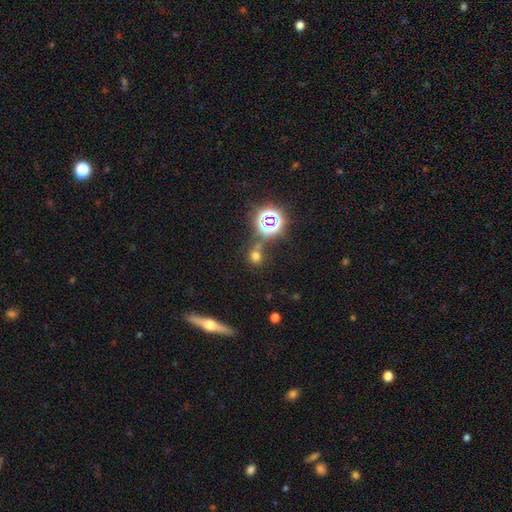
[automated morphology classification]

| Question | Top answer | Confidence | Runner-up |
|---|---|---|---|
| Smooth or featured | smooth | 57% | star or artifact (34%) |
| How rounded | round | 82% | in between (17%) |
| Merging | none | 66% | merger (18%) |